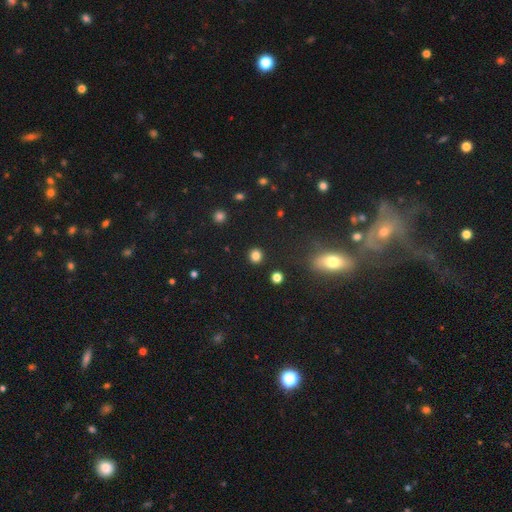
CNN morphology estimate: This appears to be a smooth galaxy with no disk features (83%) that is round (91%). Merging: none (91%).